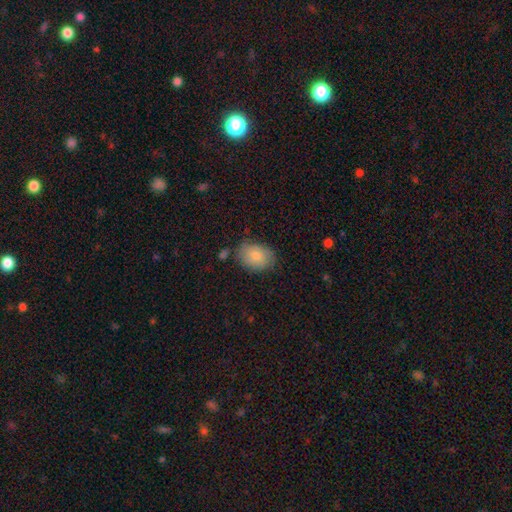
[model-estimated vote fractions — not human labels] smooth_or_featured: smooth (p=0.82) [alt: featured or disk p=0.12]
how_rounded: in between (p=0.71) [alt: round p=0.28]
merging: none (p=0.73) [alt: minor disturbance p=0.20]